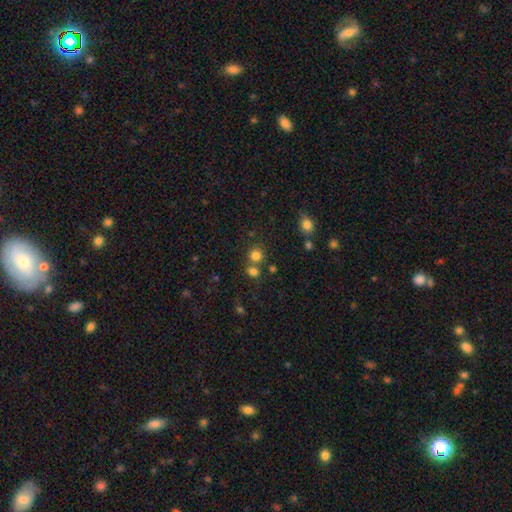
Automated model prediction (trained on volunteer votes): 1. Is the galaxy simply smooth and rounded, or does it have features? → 79% smooth, 15% star or artifact, 6% featured or disk.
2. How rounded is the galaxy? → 86% round, 14% in between, 1% cigar-shaped.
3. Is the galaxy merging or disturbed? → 64% none, 25% merger, 8% minor disturbance, 3% major disturbance.